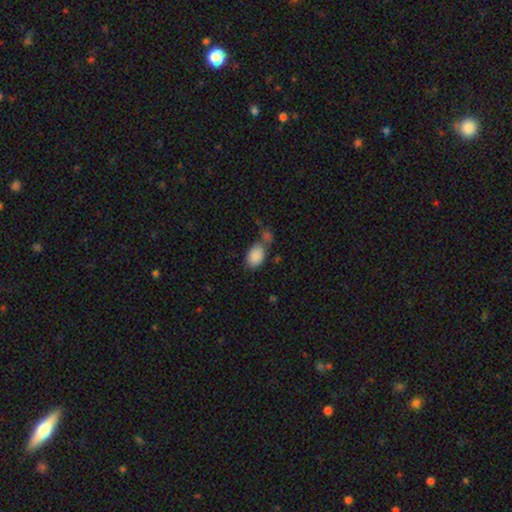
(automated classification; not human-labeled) Morphology: type=smooth (88%); roundness=in between (86%); merging=none (51%).